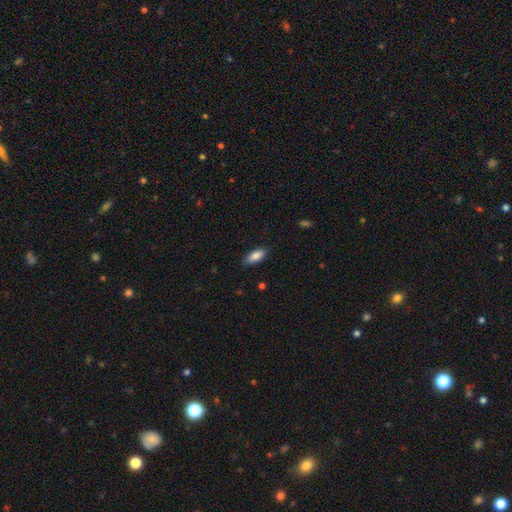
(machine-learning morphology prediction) Smooth or featured?
  - smooth: 84% *
  - featured or disk: 9%
  - star or artifact: 6%
How rounded?
  - in between: 79% *
  - cigar-shaped: 20%
  - round: 2%
Merging?
  - none: 82% *
  - minor disturbance: 14%
  - major disturbance: 2%
  - merger: 1%